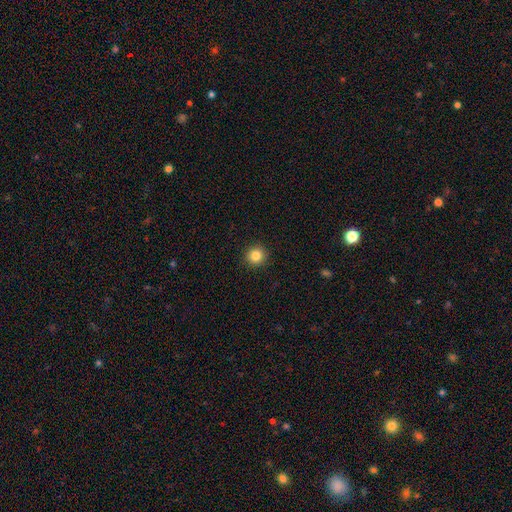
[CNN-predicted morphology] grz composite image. It shows a smooth galaxy with no disk features (84%) that is round (94%). Merging: none (93%).